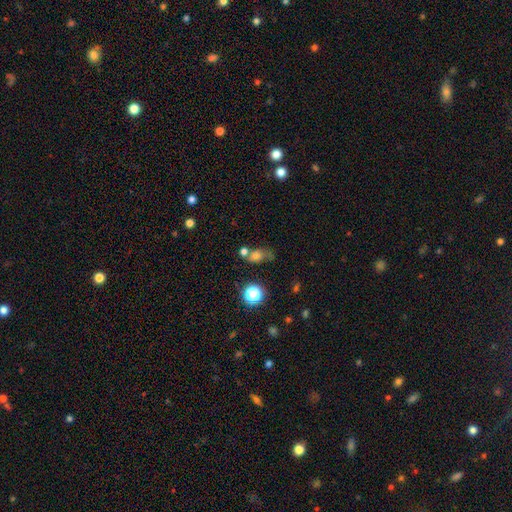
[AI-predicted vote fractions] This is likely a smooth galaxy (63%). How rounded: possibly in between (54%). Merging: marginally none (43%).